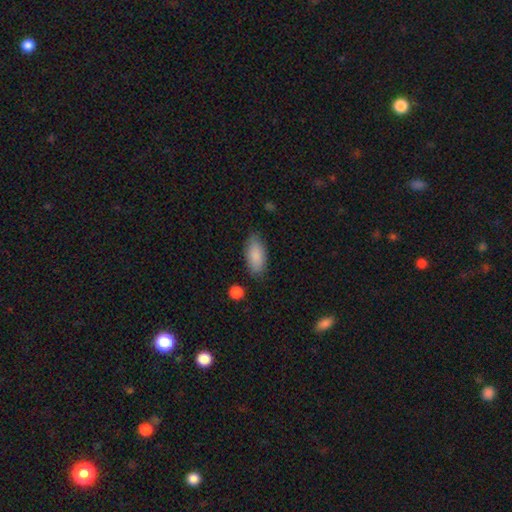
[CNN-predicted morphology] smooth-or-featured: smooth: 88% | star or artifact: 6% | featured or disk: 6%
  how-rounded: in between: 88% | cigar-shaped: 10% | round: 2%
  merging: none: 80% | minor disturbance: 15% | major disturbance: 3% | merger: 2%